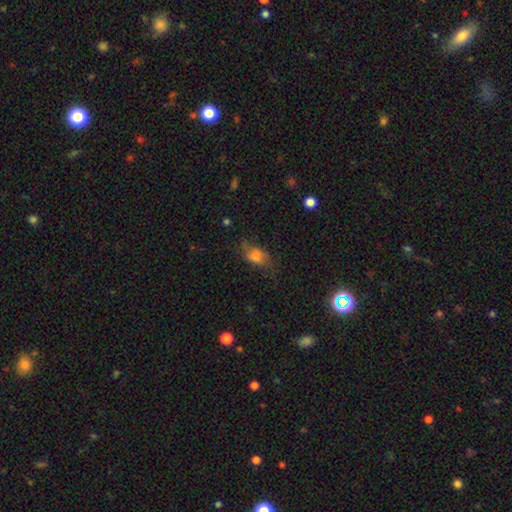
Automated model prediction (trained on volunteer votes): This appears to be a smooth galaxy with no disk features (72%) that is in between round and cigar-shaped (81%). Merging: none (56%).